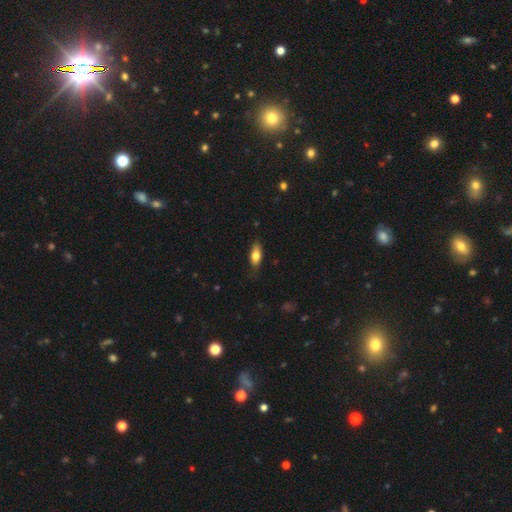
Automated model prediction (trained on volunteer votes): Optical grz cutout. It shows a smooth galaxy with no disk features (75%) that is in between round and cigar-shaped (80%). Merging: none (74%).